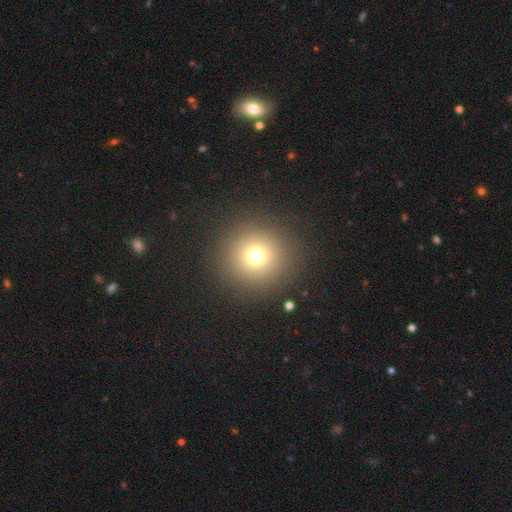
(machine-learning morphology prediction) type=smooth (73%); roundness=round (94%); merging=none (90%).